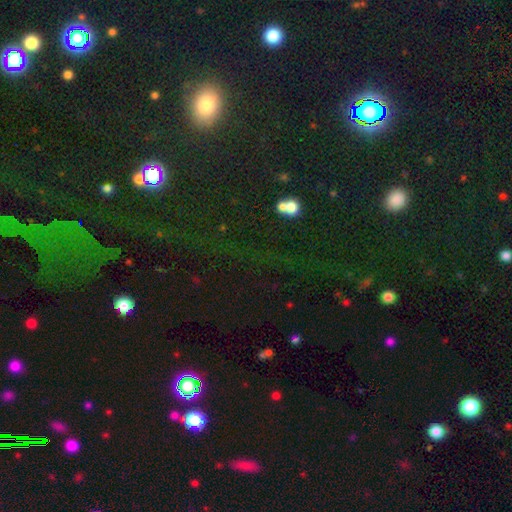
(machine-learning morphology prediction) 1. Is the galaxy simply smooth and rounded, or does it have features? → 64% star or artifact, 24% smooth, 11% featured or disk.